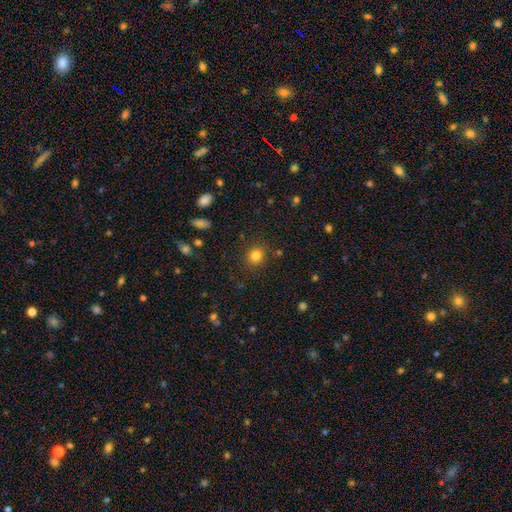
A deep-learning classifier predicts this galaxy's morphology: Overall: smooth (82%). How rounded: round (84%). Merging: none (87%).